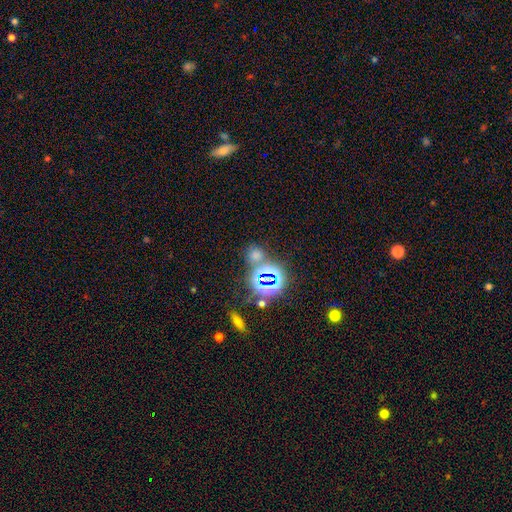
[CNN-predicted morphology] This is possibly a smooth galaxy (49%). Merging: likely none (67%).